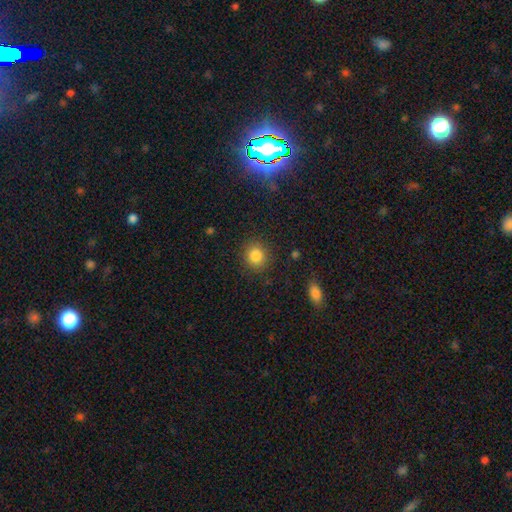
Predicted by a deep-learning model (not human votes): Smooth or featured: smooth — 84% (star or artifact — 11%)
How rounded: round — 85% (in between — 14%)
Merging: none — 88% (minor disturbance — 8%)